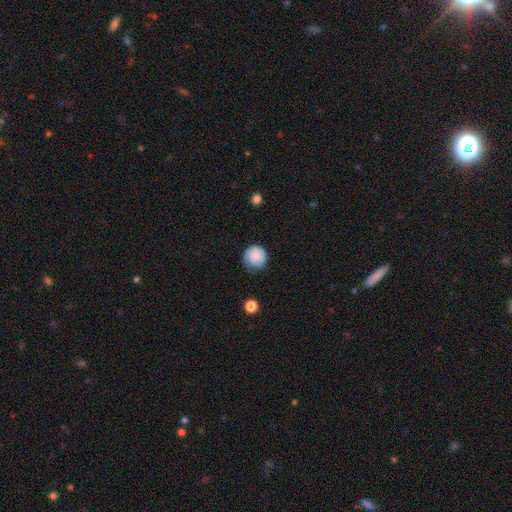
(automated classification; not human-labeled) smooth_or_featured: smooth (p=0.79) [alt: featured or disk p=0.14]
how_rounded: round (p=0.90) [alt: in between p=0.09]
merging: none (p=0.61) [alt: minor disturbance p=0.29]